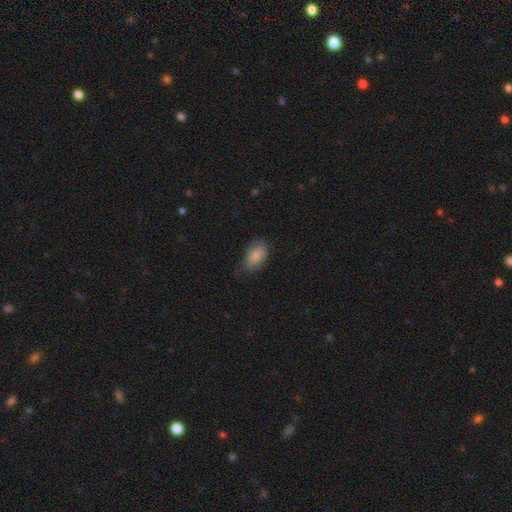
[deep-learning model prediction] smooth_or_featured: smooth (p=0.81) [alt: featured or disk p=0.12]
how_rounded: in between (p=0.91) [alt: round p=0.08]
merging: none (p=0.63) [alt: minor disturbance p=0.29]